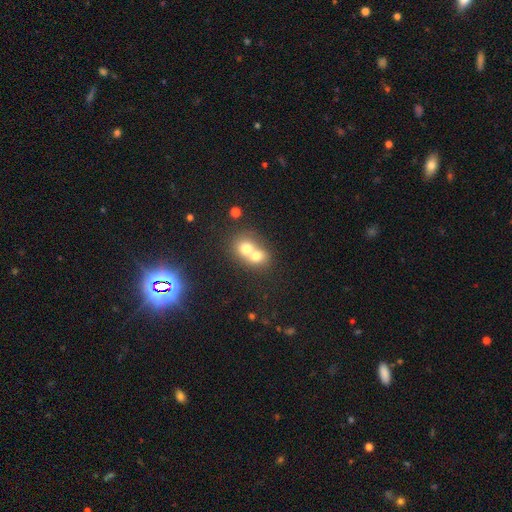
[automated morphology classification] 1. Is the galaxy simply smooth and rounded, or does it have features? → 69% smooth, 21% featured or disk, 10% star or artifact.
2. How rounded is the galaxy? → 67% round, 32% in between, 1% cigar-shaped.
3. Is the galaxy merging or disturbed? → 74% merger, 19% none, 4% minor disturbance, 3% major disturbance.